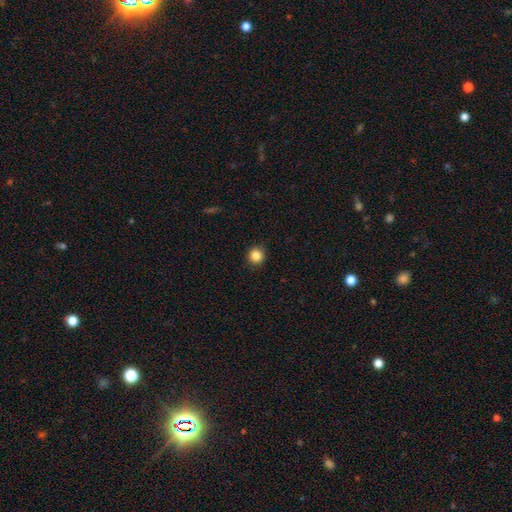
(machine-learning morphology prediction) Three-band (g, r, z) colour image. It shows a smooth galaxy with no disk features (85%) that is round (91%). Merging: none (89%).